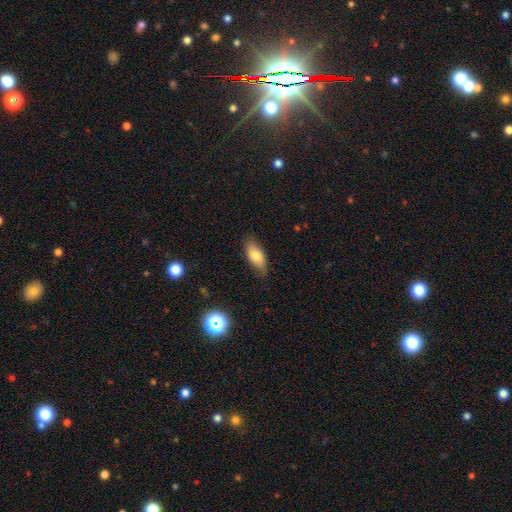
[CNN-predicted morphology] Smooth or featured? smooth (77%)
How rounded? in between (82%)
Merging? none (80%)